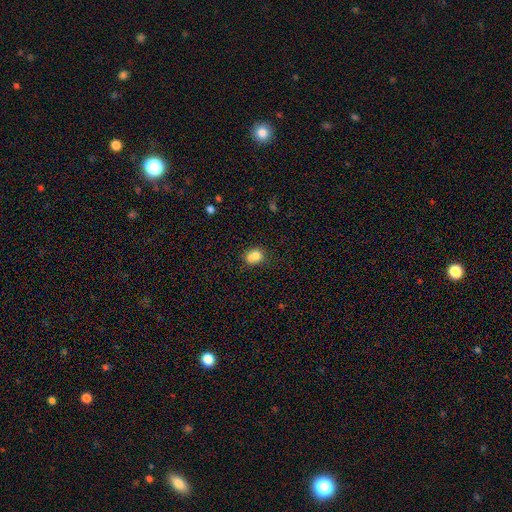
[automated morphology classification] Smooth or featured: smooth — 79% (star or artifact — 11%)
How rounded: round — 53% (in between — 46%)
Merging: none — 48% (merger — 25%)